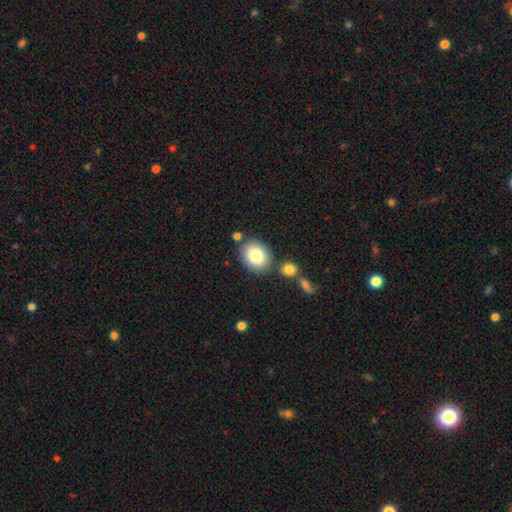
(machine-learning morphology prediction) A smooth galaxy with no disk features (85%) that is in between round and cigar-shaped (56%).

Vote fractions:
- Smooth or featured? smooth: 85% / featured or disk: 8% / star or artifact: 7%
- How rounded? in between: 56% / round: 43% / cigar-shaped: 1%
- Merging? none: 76% / minor disturbance: 11% / merger: 9% / major disturbance: 3%